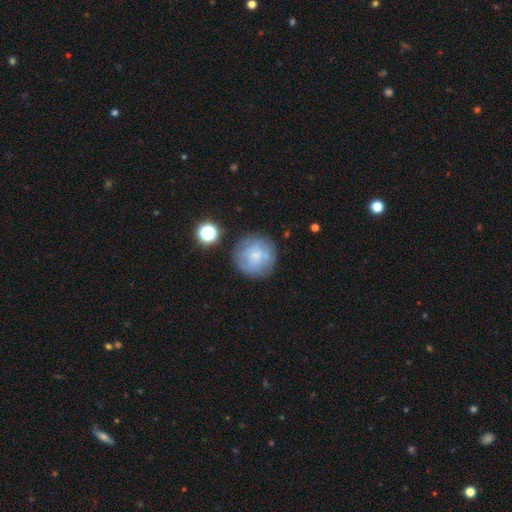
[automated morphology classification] Overall: smooth (54%; featured or disk 35%). How rounded: round (94%). Merging: none (73%).